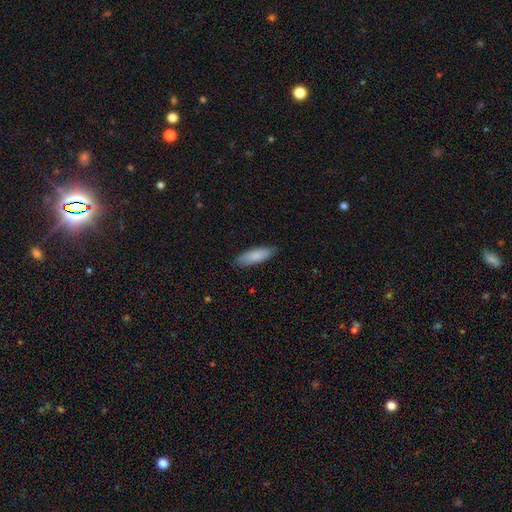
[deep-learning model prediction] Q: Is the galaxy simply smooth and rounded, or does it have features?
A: smooth — 84%.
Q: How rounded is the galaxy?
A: in between — 58%.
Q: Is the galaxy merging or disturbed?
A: none — 86%.